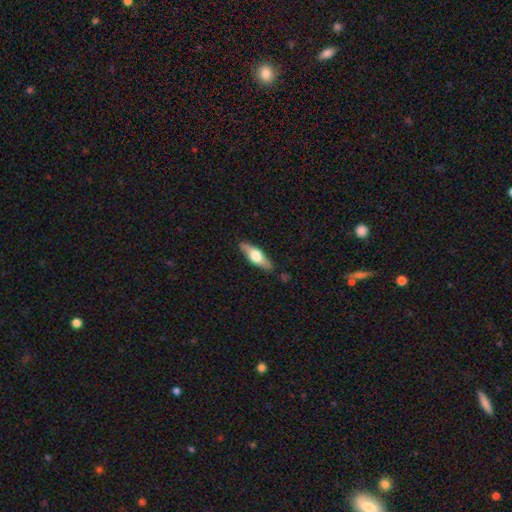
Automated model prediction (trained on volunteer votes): smooth_or_featured: featured or disk (p=0.53) [alt: smooth p=0.41]
disk_edge_on: yes (p=0.92) [alt: no p=0.08]
merging: none (p=0.86) [alt: minor disturbance p=0.10]